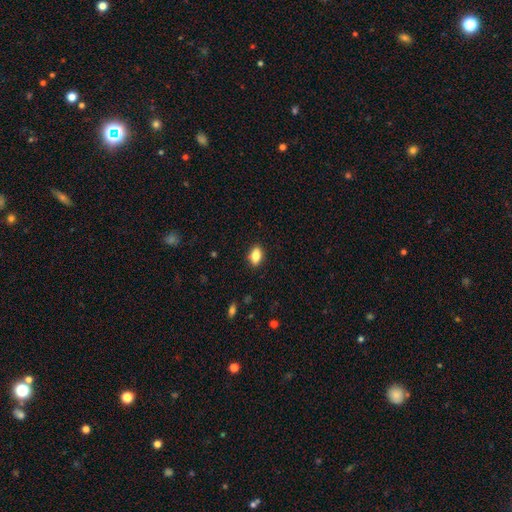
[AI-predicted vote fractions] Smooth or featured? smooth (83%)
How rounded? in between (87%)
Merging? none (88%)